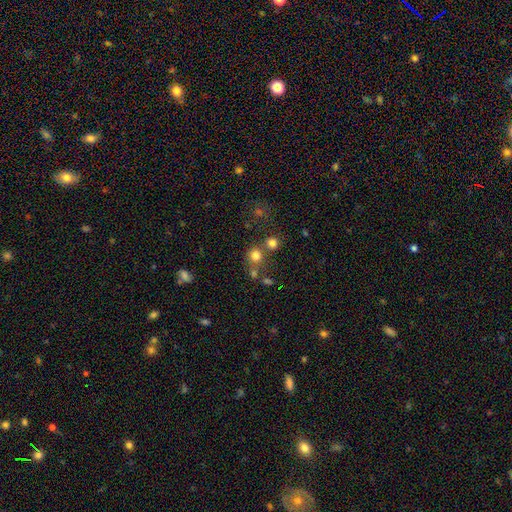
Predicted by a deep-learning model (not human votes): This is likely a smooth galaxy (76%). How rounded: clearly round (88%). Merging: likely none (63%).